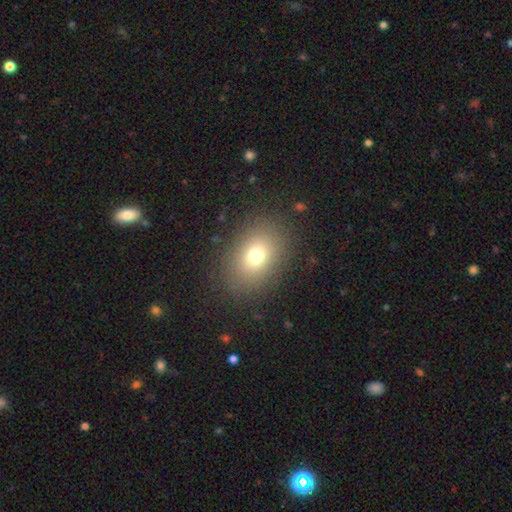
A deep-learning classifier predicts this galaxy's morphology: A smooth galaxy with no disk features (73%) that is in between round and cigar-shaped (63%).

Vote fractions:
- Smooth or featured? smooth: 73% / star or artifact: 15% / featured or disk: 12%
- How rounded? in between: 63% / round: 36% / cigar-shaped: 1%
- Merging? none: 84% / minor disturbance: 9% / major disturbance: 5% / merger: 1%